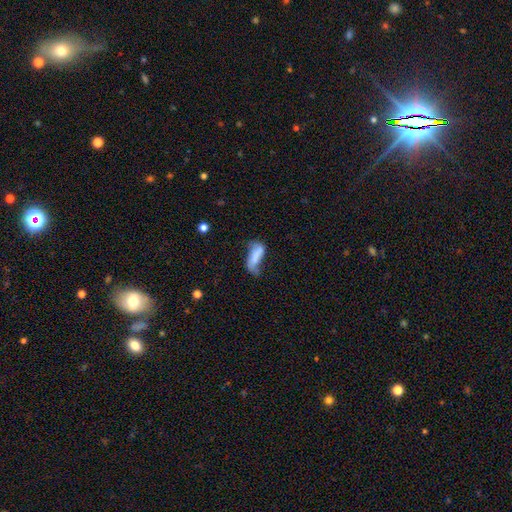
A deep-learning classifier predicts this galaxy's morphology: Smooth or featured?
  - smooth: 57% *
  - featured or disk: 34%
  - star or artifact: 9%
How rounded?
  - in between: 66% *
  - cigar-shaped: 31%
  - round: 3%
Merging?
  - none: 32% *
  - minor disturbance: 31%
  - major disturbance: 30%
  - merger: 7%